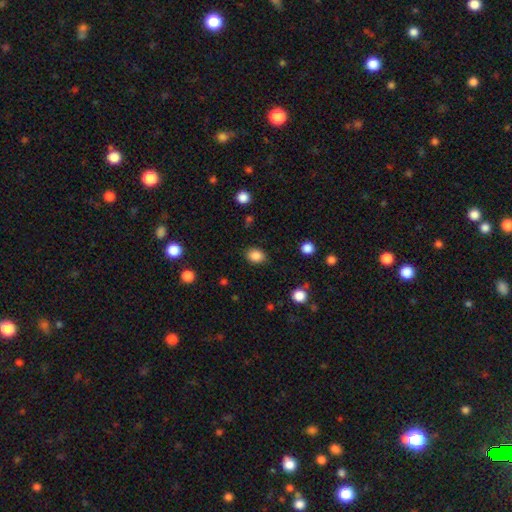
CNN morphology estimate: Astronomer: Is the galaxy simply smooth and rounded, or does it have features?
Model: smooth — 86%.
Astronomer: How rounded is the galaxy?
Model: in between — 55% (runner-up: round, 45%).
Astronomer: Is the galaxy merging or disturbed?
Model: none — 86%.